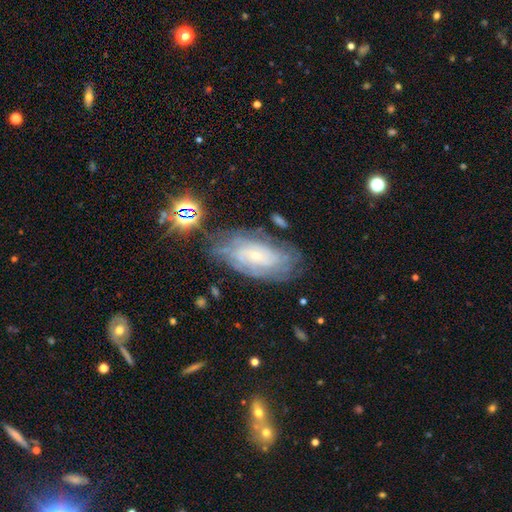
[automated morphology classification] Overall: featured or disk (76%). Edge-on disk: no (94%). Bar: no (70%). Spiral arms: yes (90%). Spiral arm count: can't tell (54%). Spiral winding: tight (71%). Bulge size: small (79%). Merging: none (69%).